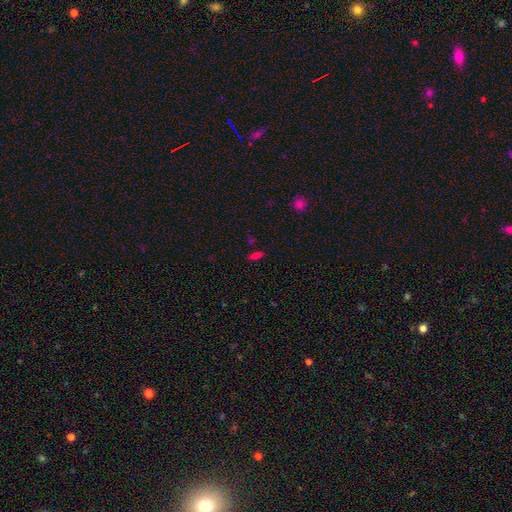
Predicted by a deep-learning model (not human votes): Smooth or featured: smooth — 65% (star or artifact — 19%)
How rounded: in between — 81% (cigar-shaped — 13%)
Merging: none — 83% (minor disturbance — 12%)